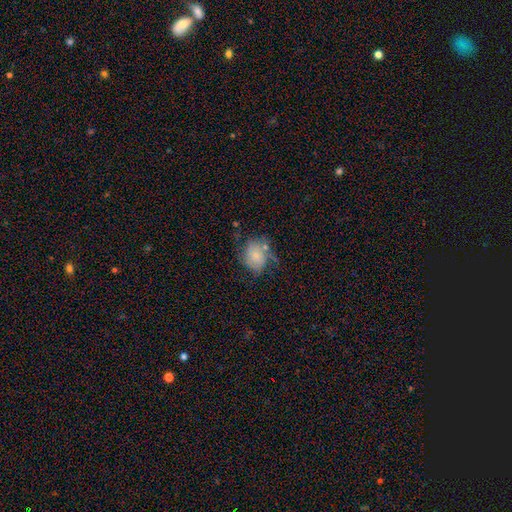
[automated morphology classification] Smooth or featured?
  - smooth: 51% *
  - featured or disk: 40%
  - star or artifact: 9%
How rounded?
  - round: 52% *
  - in between: 47%
  - cigar-shaped: 1%
Merging?
  - none: 39% *
  - minor disturbance: 28%
  - major disturbance: 24%
  - merger: 9%